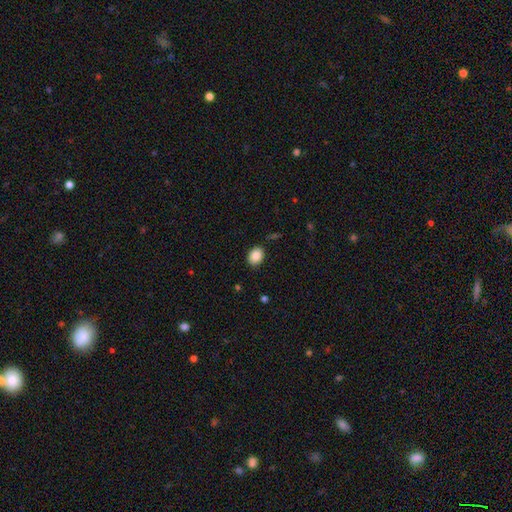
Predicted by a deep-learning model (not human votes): Smooth or featured? smooth (86%)
How rounded? in between (67%)
Merging? none (88%)